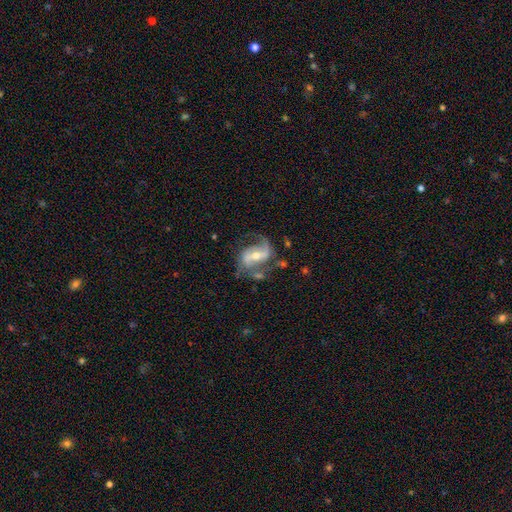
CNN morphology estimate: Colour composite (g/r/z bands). It shows a featured or disk galaxy (85%) with a strong bar (47%), 2 (80%) medium (45%) spiral arms (94%) and a moderate central bulge (57%). Merging: none (57%).